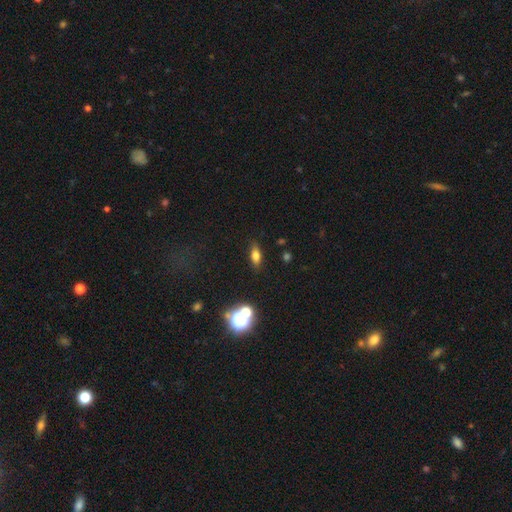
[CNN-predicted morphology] Smooth or featured? Predicted: smooth (p=0.69). How rounded? Predicted: in between (p=0.72). Merging? Predicted: none (p=0.84).